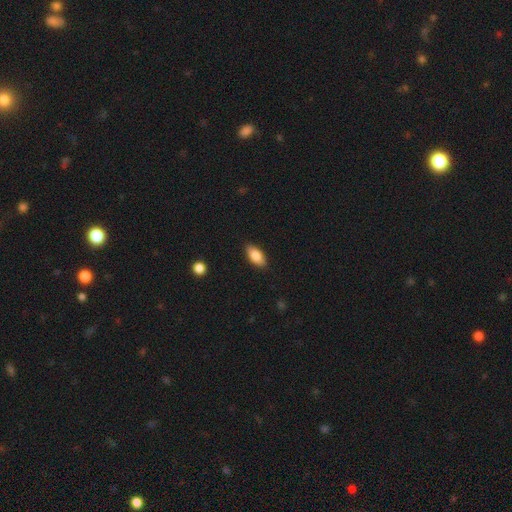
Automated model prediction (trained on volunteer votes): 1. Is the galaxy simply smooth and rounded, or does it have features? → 83% smooth, 10% featured or disk, 7% star or artifact.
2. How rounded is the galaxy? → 88% in between, 9% cigar-shaped, 3% round.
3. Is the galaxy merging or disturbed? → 88% none, 9% minor disturbance, 2% major disturbance, 1% merger.